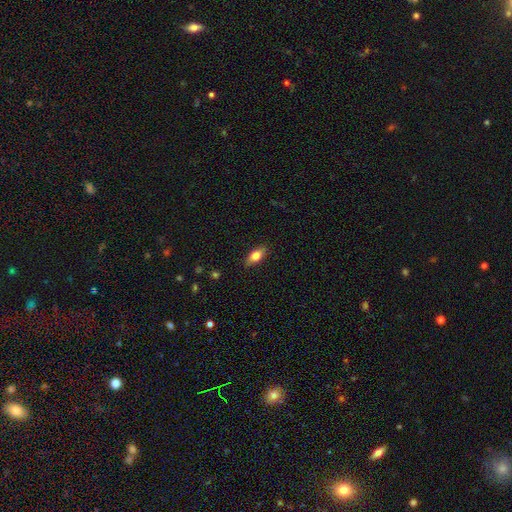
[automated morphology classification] The model was most divided on "smooth or featured": smooth: 79%, featured or disk: 14%, star or artifact: 7%. More confident: merging — none (86%); how rounded — in between (85%).